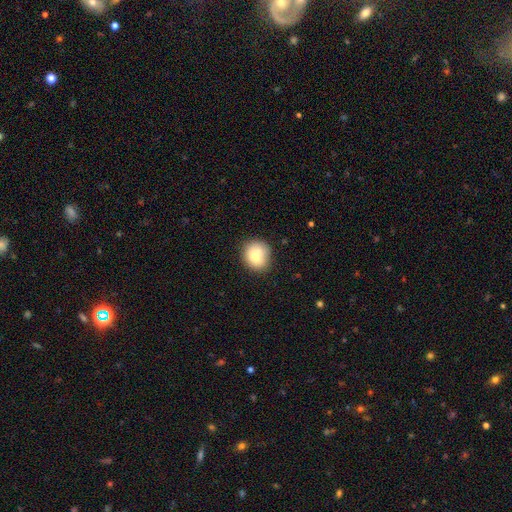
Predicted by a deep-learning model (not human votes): Morphology: type=smooth (78%); roundness=round (80%); merging=none (72%).